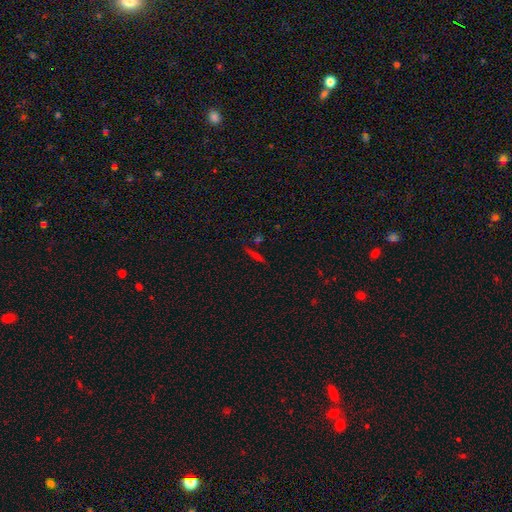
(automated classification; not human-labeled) Q: Smooth or featured?
A: smooth (47%); runner-up: featured or disk (27%)
Q: Merging?
A: none (79%); runner-up: minor disturbance (10%)